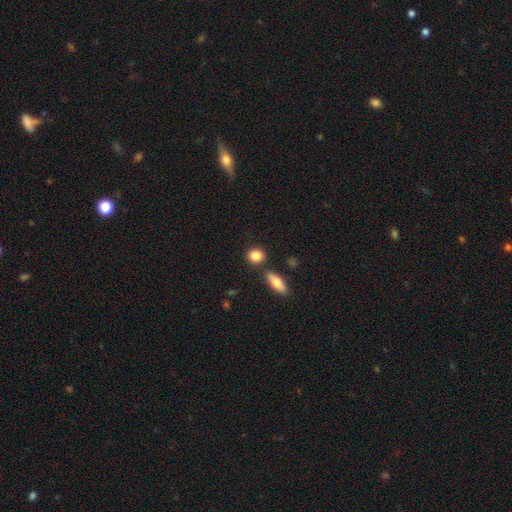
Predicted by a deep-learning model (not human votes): Q: Smooth or featured?
A: smooth (85%); runner-up: star or artifact (8%)
Q: How rounded?
A: round (65%); runner-up: in between (31%)
Q: Merging?
A: none (78%); runner-up: minor disturbance (10%)